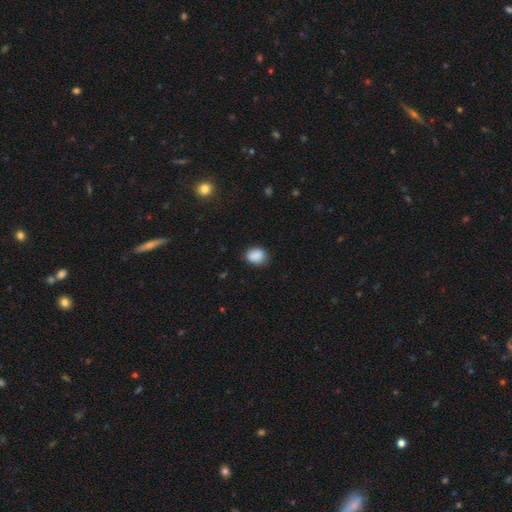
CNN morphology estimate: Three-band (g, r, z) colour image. It shows a smooth galaxy with no disk features (88%) that is in between round and cigar-shaped (58%). Merging: none (77%).